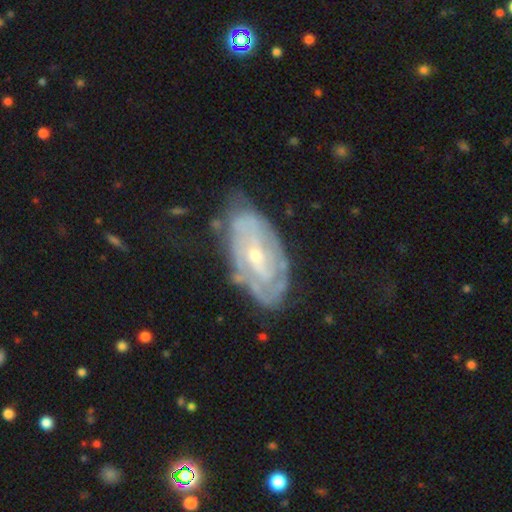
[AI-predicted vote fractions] A featured or disk galaxy (78%) with no bar (50%), tight (67%) spiral arms (78%) and a small central bulge (66%).

Vote fractions:
- Smooth or featured? featured or disk: 78% / smooth: 16% / star or artifact: 6%
- Edge-on disk? no: 93% / yes: 7%
- Bar? no: 50% / weak: 37% / strong: 13%
- Spiral arms? yes: 78% / no: 22%
- Spiral winding? tight: 67% / medium: 25% / loose: 8%
- Spiral arm count? can't tell: 52% / 2: 27% / 3: 9% / 4: 4% / 1: 4% / more than 4: 3%
- Bulge size? small: 66% / moderate: 31% / large: 1% / none: 1% / dominant: 1%
- Merging? none: 62% / minor disturbance: 26% / major disturbance: 9% / merger: 3%